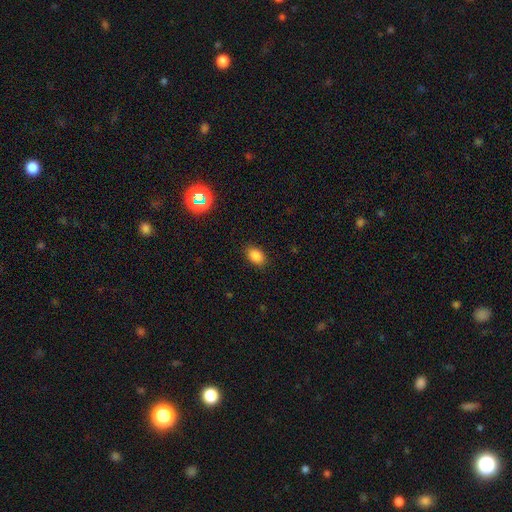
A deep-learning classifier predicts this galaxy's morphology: A smooth galaxy with no disk features (85%) that is in between round and cigar-shaped (82%). Merging: none (87%).